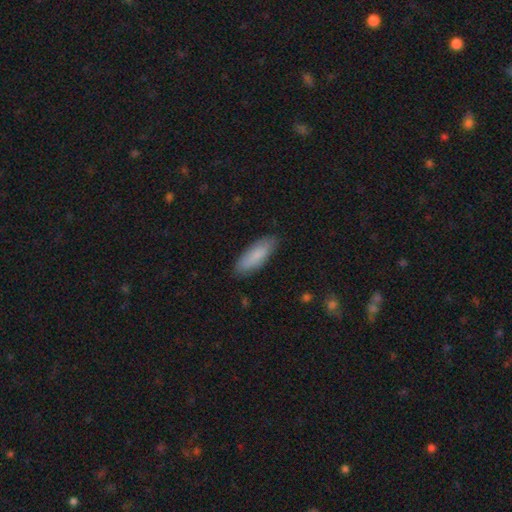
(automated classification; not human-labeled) This is clearly a smooth galaxy (83%). How rounded: likely in between (64%). Merging: clearly none (85%).